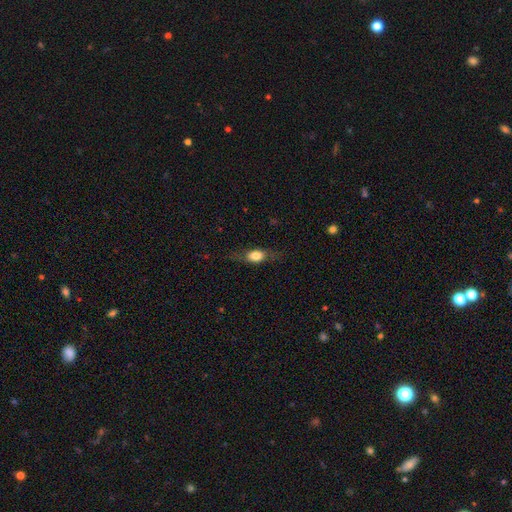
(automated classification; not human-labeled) Smooth or featured?
  - smooth: 65% *
  - featured or disk: 27%
  - star or artifact: 8%
How rounded?
  - in between: 66% *
  - cigar-shaped: 19%
  - round: 15%
Merging?
  - none: 70% *
  - minor disturbance: 19%
  - major disturbance: 9%
  - merger: 1%